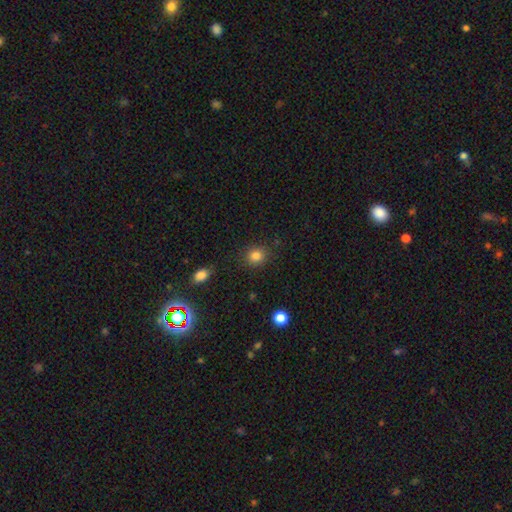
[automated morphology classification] Overall: smooth (84%). How rounded: round (80%). Merging: none (86%).